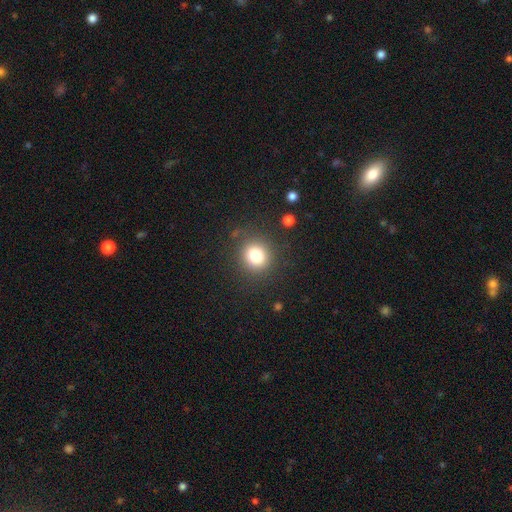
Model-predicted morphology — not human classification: This appears to be a smooth galaxy with no disk features (80%) that is round (86%). Merging: none (85%).